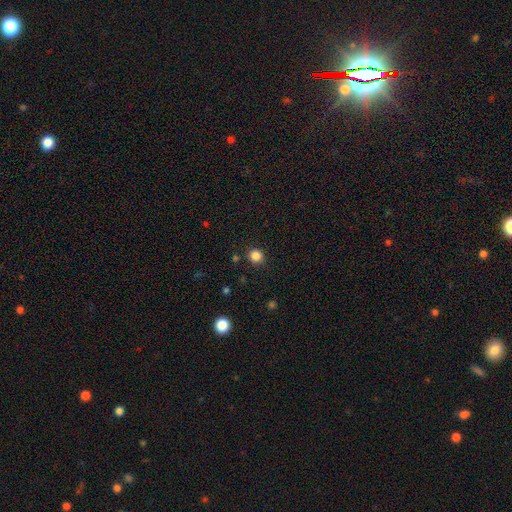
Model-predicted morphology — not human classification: This appears to be a smooth galaxy with no disk features (84%) that is round (90%). Merging: none (90%).